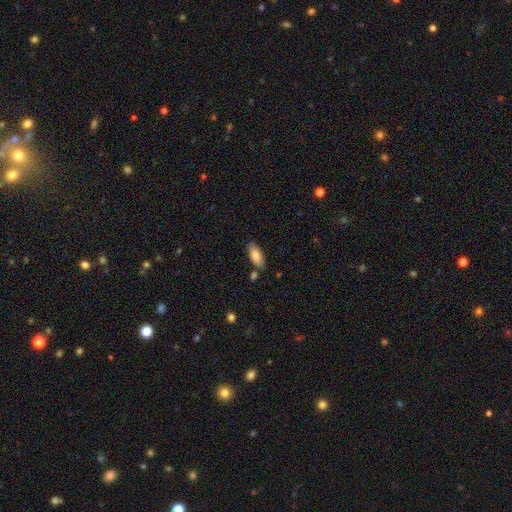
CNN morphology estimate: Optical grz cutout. It shows a smooth galaxy with no disk features (84%) that is in between round and cigar-shaped (84%). Merging: none (79%).